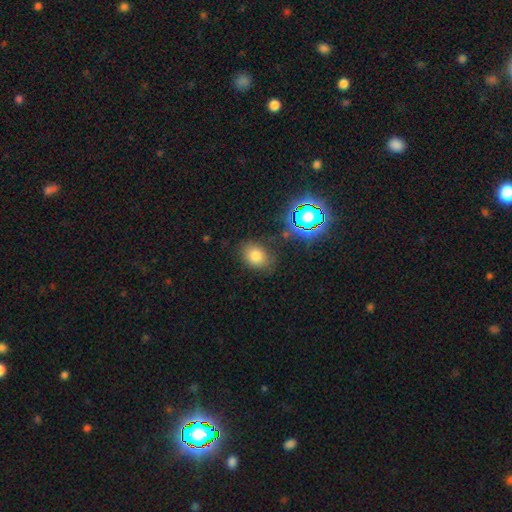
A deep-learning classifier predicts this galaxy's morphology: A smooth galaxy with no disk features (75%) that is in between round and cigar-shaped (63%).

Vote fractions:
- Smooth or featured? smooth: 75% / star or artifact: 16% / featured or disk: 9%
- How rounded? in between: 63% / round: 36% / cigar-shaped: 1%
- Merging? none: 78% / minor disturbance: 15% / major disturbance: 5% / merger: 3%